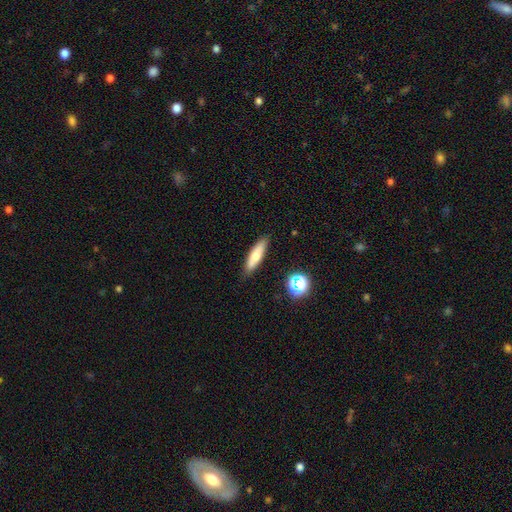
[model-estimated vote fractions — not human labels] Smooth or featured? Predicted: smooth (p=0.68). How rounded? Predicted: cigar-shaped (p=0.73). Merging? Predicted: none (p=0.87).